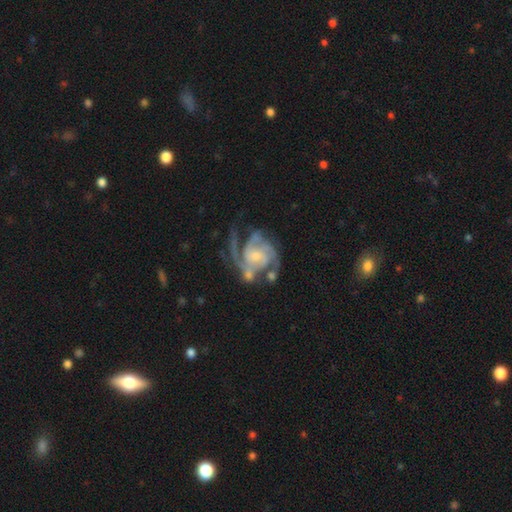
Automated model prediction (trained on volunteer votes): Smooth or featured: featured or disk — 89% (smooth — 6%)
Edge-on disk: no — 98% (yes — 2%)
Bar: no — 58% (weak — 34%)
Spiral arms: yes — 97% (no — 3%)
Spiral winding: medium — 45% (tight — 43%)
Spiral arm count: 3 — 41% (2 — 24%)
Bulge size: small — 45% (moderate — 40%)
Merging: none — 46% (major disturbance — 24%)